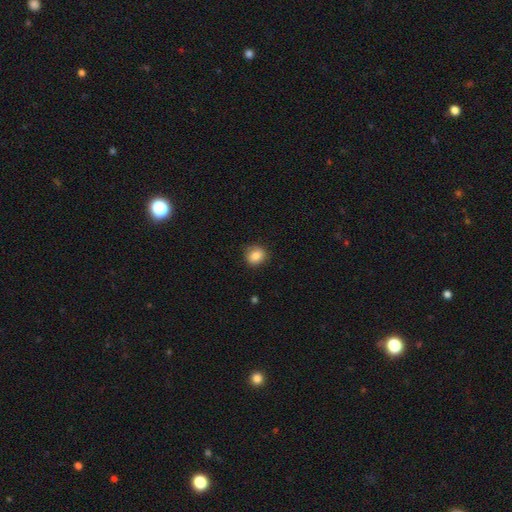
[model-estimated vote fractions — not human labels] smooth_or_featured: smooth (p=0.85) [alt: star or artifact p=0.09]
how_rounded: round (p=0.72) [alt: in between p=0.27]
merging: none (p=0.82) [alt: minor disturbance p=0.14]